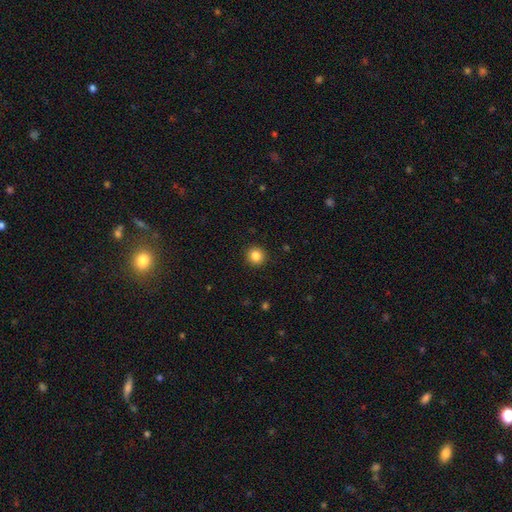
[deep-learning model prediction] This appears to be a smooth galaxy with no disk features (85%) that is round (94%). Merging: none (92%).